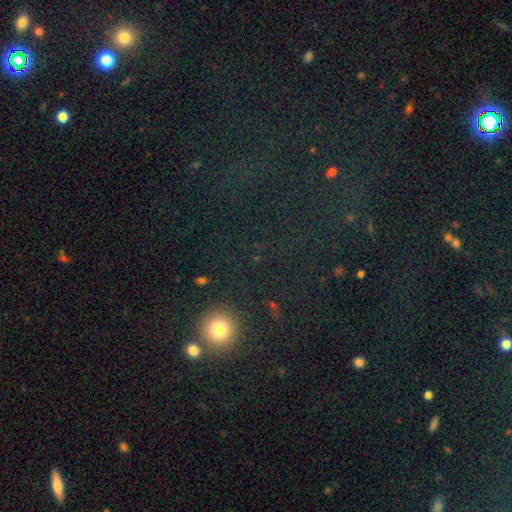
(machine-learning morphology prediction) Q: Smooth or featured?
A: smooth (61%); runner-up: star or artifact (32%)
Q: How rounded?
A: round (92%); runner-up: in between (7%)
Q: Merging?
A: none (86%); runner-up: minor disturbance (6%)